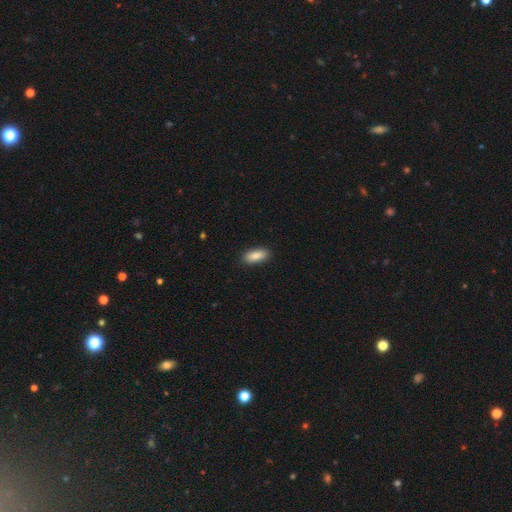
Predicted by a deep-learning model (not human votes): This appears to be a smooth galaxy with no disk features (87%) that is in between round and cigar-shaped (84%). Merging: none (89%).